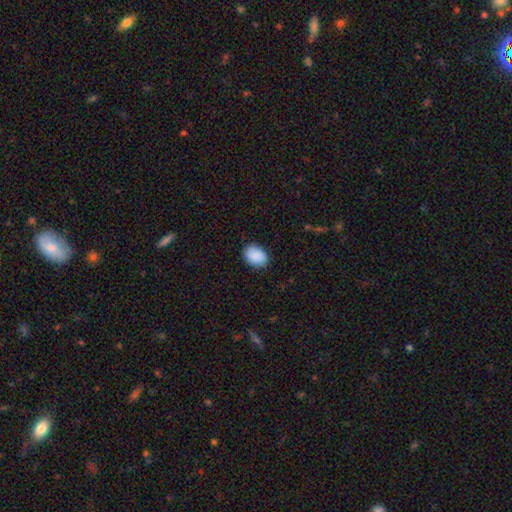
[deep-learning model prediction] smooth-or-featured: smooth: 90% | star or artifact: 6% | featured or disk: 3%
  how-rounded: in between: 75% | round: 24% | cigar-shaped: 1%
  merging: none: 86% | minor disturbance: 10% | major disturbance: 2% | merger: 1%